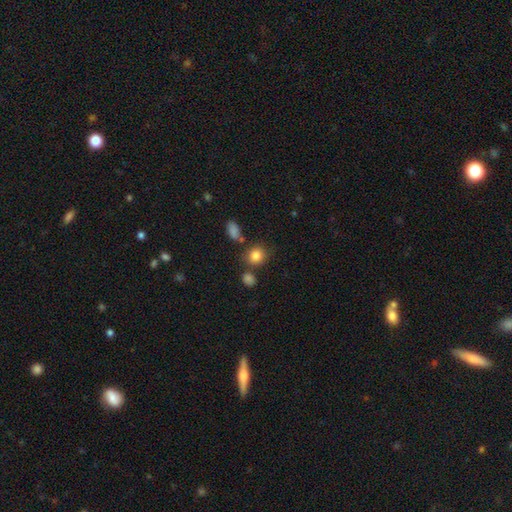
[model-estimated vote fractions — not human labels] This is clearly a smooth galaxy (83%). How rounded: likely round (77%). Merging: likely none (74%).